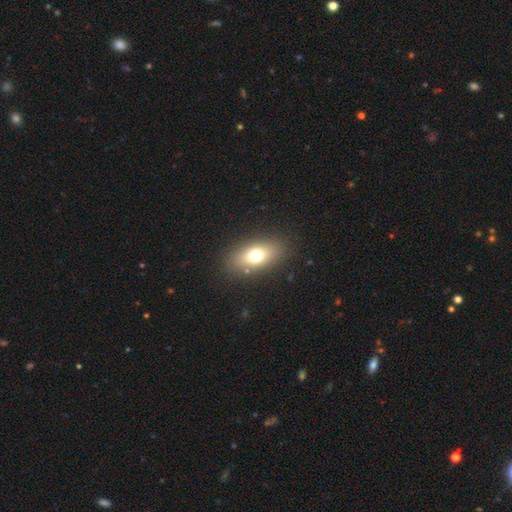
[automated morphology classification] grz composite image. It shows a smooth galaxy with no disk features (71%) that is in between round and cigar-shaped (82%). Merging: none (86%).